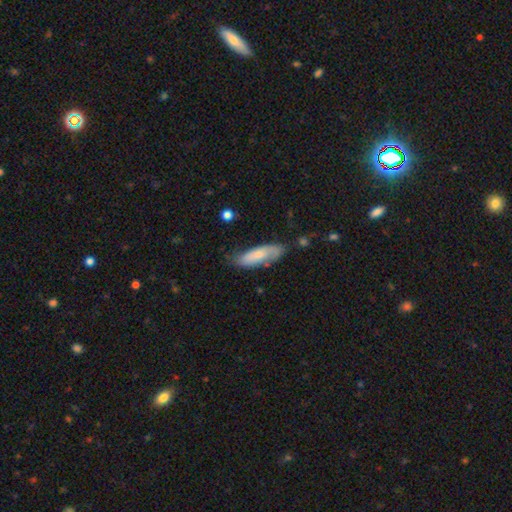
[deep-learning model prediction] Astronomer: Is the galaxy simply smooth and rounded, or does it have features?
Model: smooth — 64%.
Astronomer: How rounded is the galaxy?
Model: in between — 55% (runner-up: cigar-shaped, 43%).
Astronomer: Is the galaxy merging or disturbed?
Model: none — 66%.